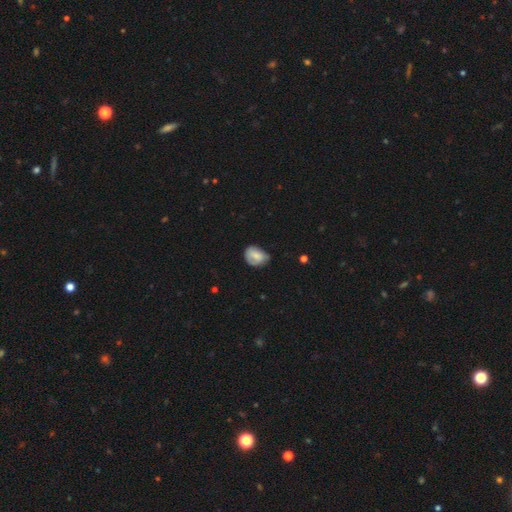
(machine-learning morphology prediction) This is likely a smooth galaxy (73%). How rounded: likely in between (61%). Merging: possibly none (46%).